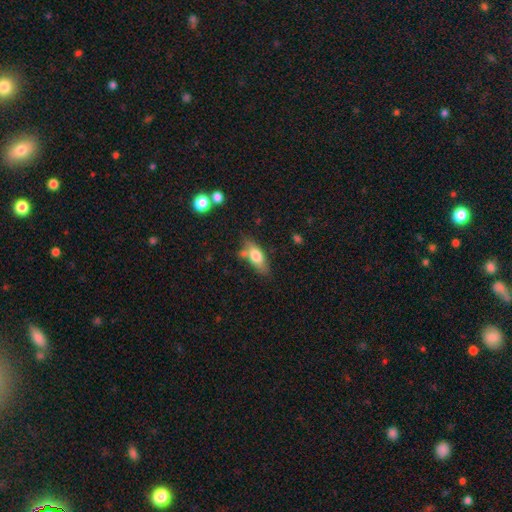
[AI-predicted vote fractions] Q: Smooth or featured?
A: smooth (70%); runner-up: featured or disk (23%)
Q: How rounded?
A: in between (74%); runner-up: cigar-shaped (23%)
Q: Merging?
A: none (65%); runner-up: minor disturbance (19%)